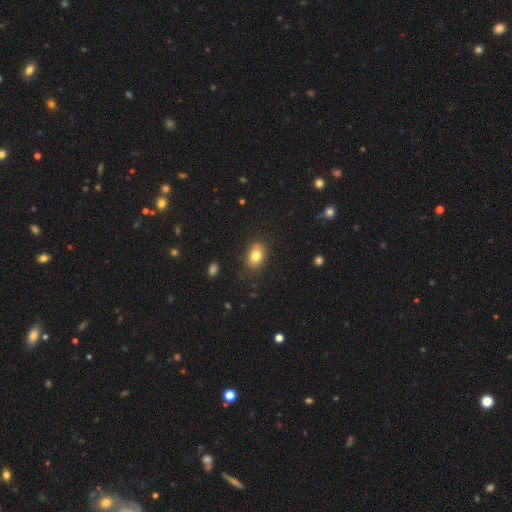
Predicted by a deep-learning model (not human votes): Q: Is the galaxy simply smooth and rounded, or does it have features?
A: smooth — 80%.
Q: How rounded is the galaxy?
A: in between — 79%.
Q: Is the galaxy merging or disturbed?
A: none — 81%.